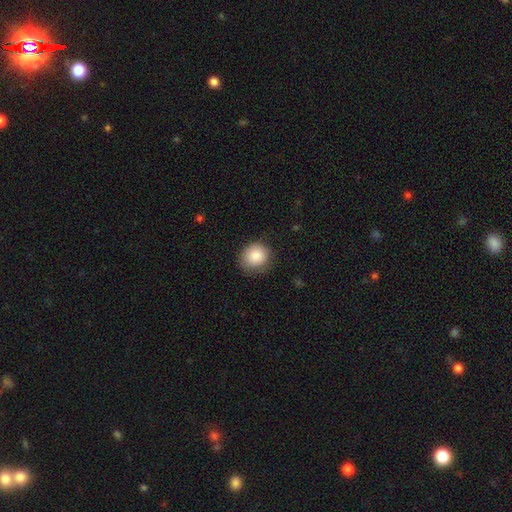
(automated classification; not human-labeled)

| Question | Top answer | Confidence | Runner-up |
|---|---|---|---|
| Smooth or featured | smooth | 87% | star or artifact (8%) |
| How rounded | round | 81% | in between (18%) |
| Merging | none | 79% | minor disturbance (16%) |